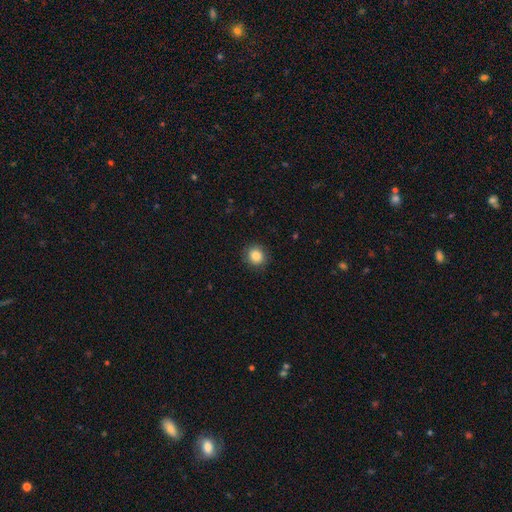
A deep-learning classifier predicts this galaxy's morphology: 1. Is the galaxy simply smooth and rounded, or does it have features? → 85% smooth, 10% star or artifact, 5% featured or disk.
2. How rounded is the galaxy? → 89% round, 10% in between, 1% cigar-shaped.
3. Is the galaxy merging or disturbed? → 89% none, 8% minor disturbance, 2% major disturbance, 1% merger.